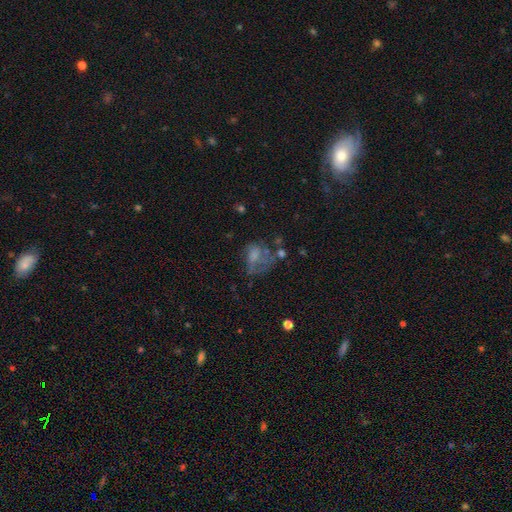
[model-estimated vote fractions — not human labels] Smooth or featured: smooth — 46% (featured or disk — 39%)
Merging: major disturbance — 46% (none — 24%)